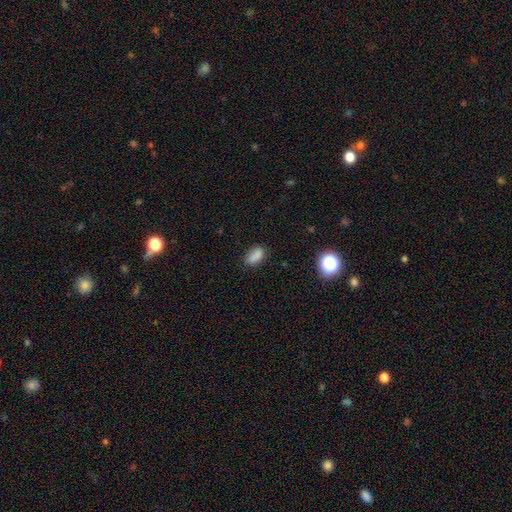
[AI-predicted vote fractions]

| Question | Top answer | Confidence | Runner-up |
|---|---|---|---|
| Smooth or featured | smooth | 83% | star or artifact (11%) |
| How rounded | in between | 87% | round (8%) |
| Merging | none | 74% | minor disturbance (18%) |